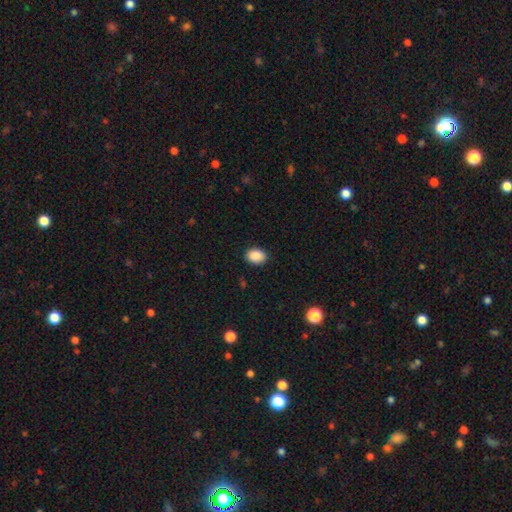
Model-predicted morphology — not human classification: type=smooth (89%); roundness=in between (72%); merging=none (88%).